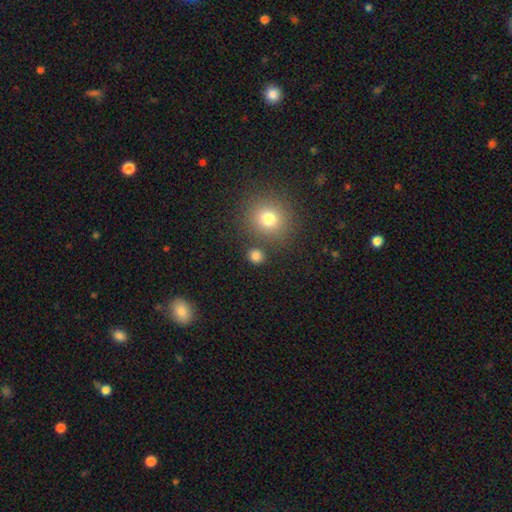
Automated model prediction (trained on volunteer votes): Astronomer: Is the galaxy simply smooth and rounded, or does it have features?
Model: smooth — 80%.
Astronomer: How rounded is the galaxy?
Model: round — 81%.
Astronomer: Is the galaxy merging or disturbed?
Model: none — 82%.